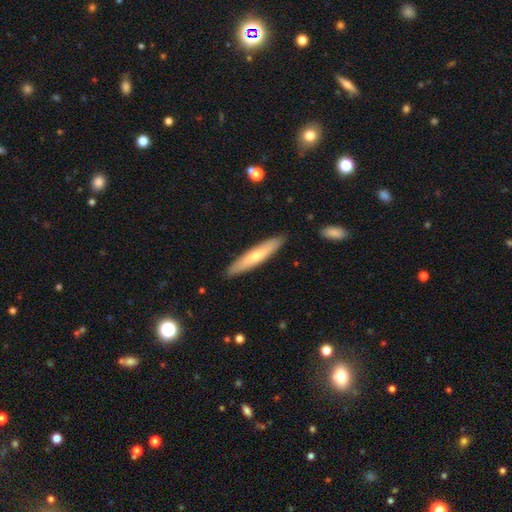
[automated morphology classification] Overall: smooth (58%; featured or disk 36%). How rounded: cigar-shaped (88%). Merging: none (90%).